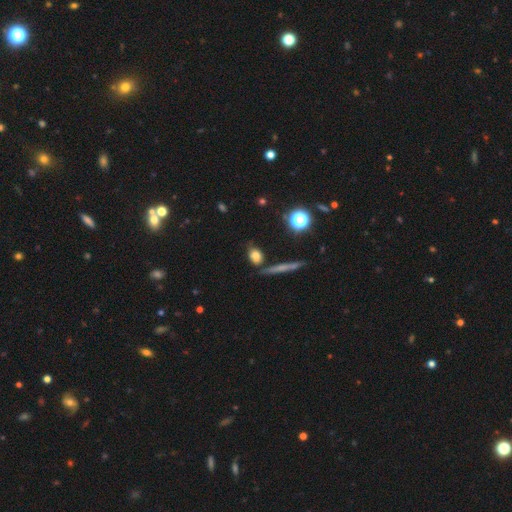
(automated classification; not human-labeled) Overall: smooth (74%). How rounded: in between (62%; round 28%). Merging: none (67%).